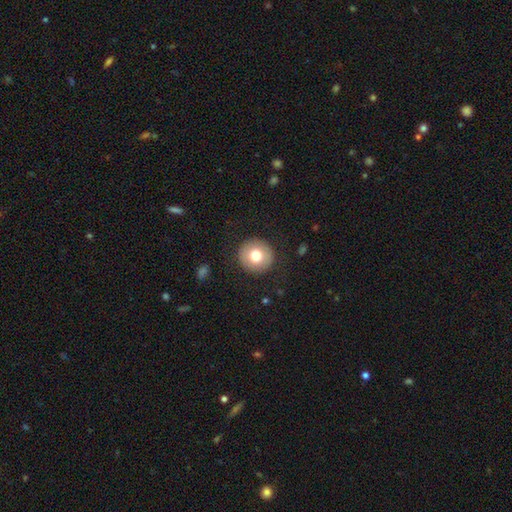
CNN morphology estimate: This appears to be a smooth galaxy with no disk features (75%) that is round (95%). Merging: none (90%).